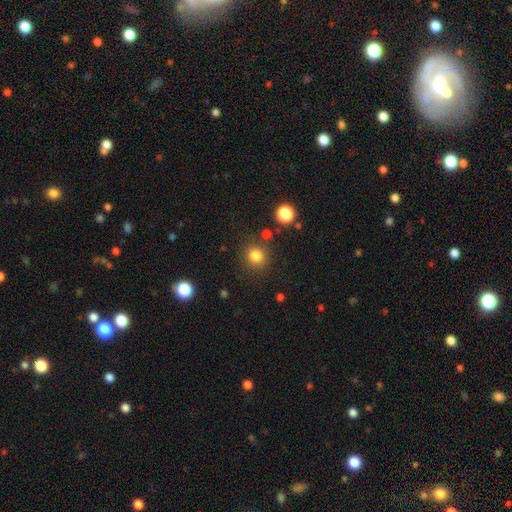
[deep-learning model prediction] A smooth galaxy with no disk features (82%) that is round (91%).

Vote fractions:
- Smooth or featured? smooth: 82% / star or artifact: 13% / featured or disk: 5%
- How rounded? round: 91% / in between: 8% / cigar-shaped: 1%
- Merging? none: 85% / minor disturbance: 8% / merger: 4% / major disturbance: 3%